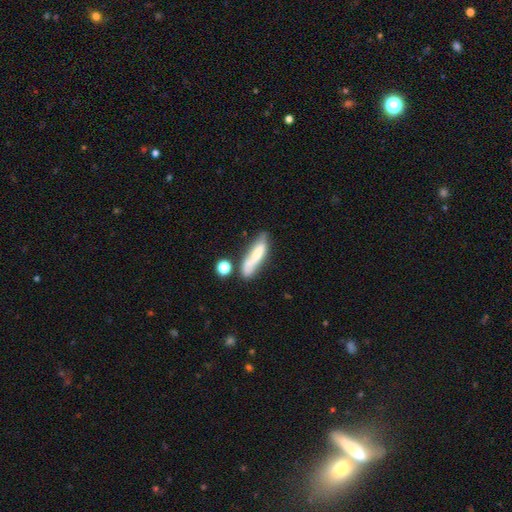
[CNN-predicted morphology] smooth 61%, featured or disk 30%, star or artifact 8%. Down the decision tree: how rounded — cigar-shaped (70%); merging — none (43%).